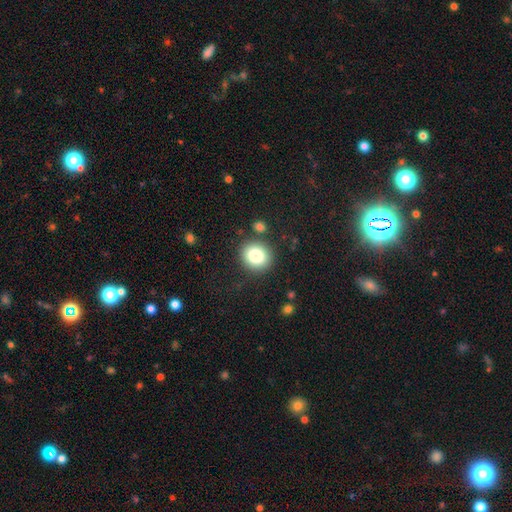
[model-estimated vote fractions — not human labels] smooth 84%, star or artifact 9%, featured or disk 7%. Down the decision tree: how rounded — round (77%); merging — none (84%).